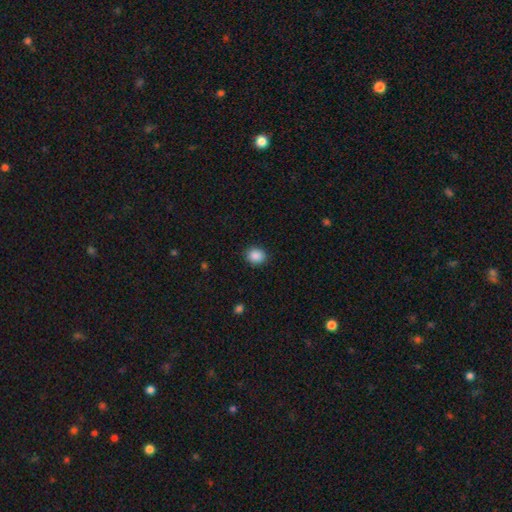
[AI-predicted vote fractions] Overall: smooth (89%). How rounded: round (70%; in between 30%). Merging: none (89%).